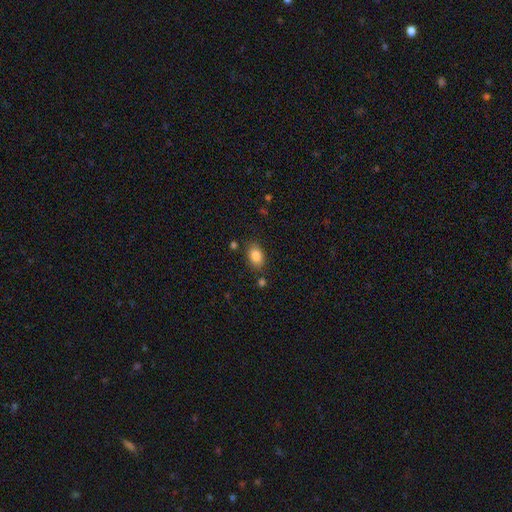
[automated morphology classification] smooth-or-featured: smooth: 86% | star or artifact: 9% | featured or disk: 6%
  how-rounded: in between: 83% | round: 16% | cigar-shaped: 1%
  merging: none: 79% | minor disturbance: 13% | merger: 4% | major disturbance: 4%